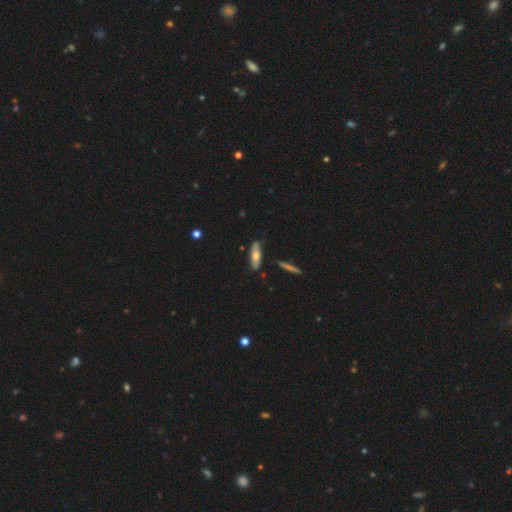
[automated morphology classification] The model was most divided on "smooth or featured": smooth: 51%, featured or disk: 43%, star or artifact: 6%. More confident: merging — none (80%); how rounded — cigar-shaped (53%).